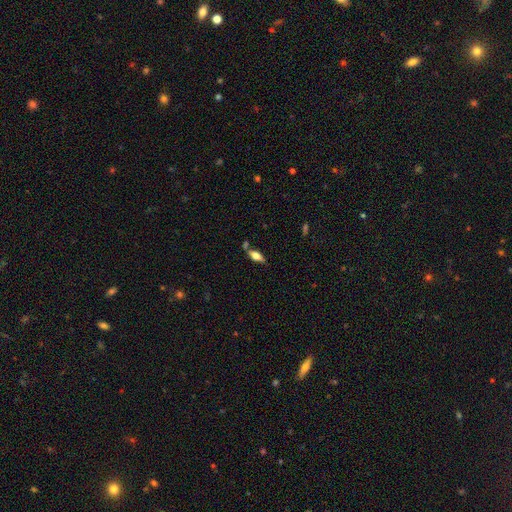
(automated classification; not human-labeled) Smooth or featured?
  - smooth: 52% *
  - featured or disk: 39%
  - star or artifact: 9%
How rounded?
  - in between: 72% *
  - cigar-shaped: 24%
  - round: 4%
Merging?
  - none: 68% *
  - minor disturbance: 16%
  - merger: 12%
  - major disturbance: 5%